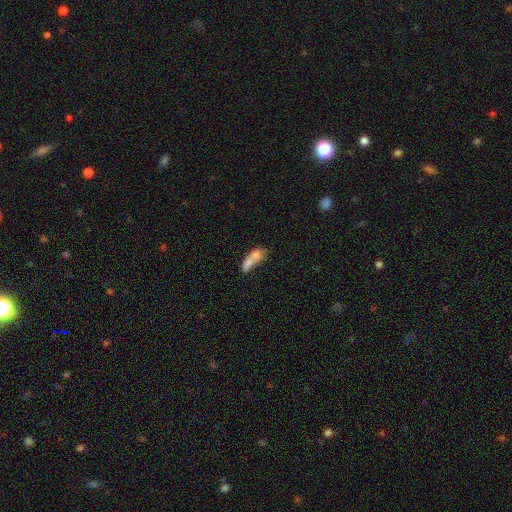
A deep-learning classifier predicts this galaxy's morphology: This is likely a smooth galaxy (66%). How rounded: likely in between (68%). Merging: likely merger (61%).